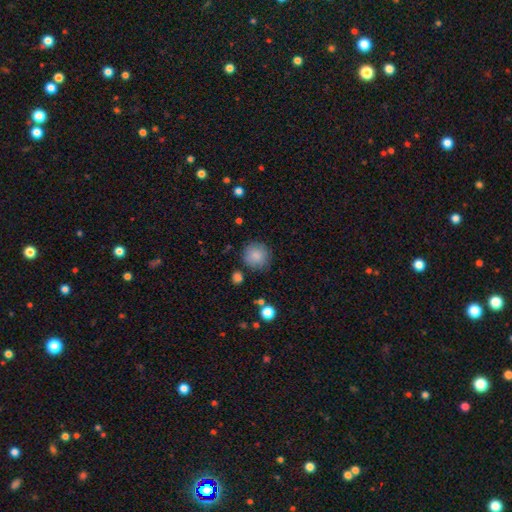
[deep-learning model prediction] Smooth or featured? smooth (86%)
How rounded? round (91%)
Merging? none (81%)